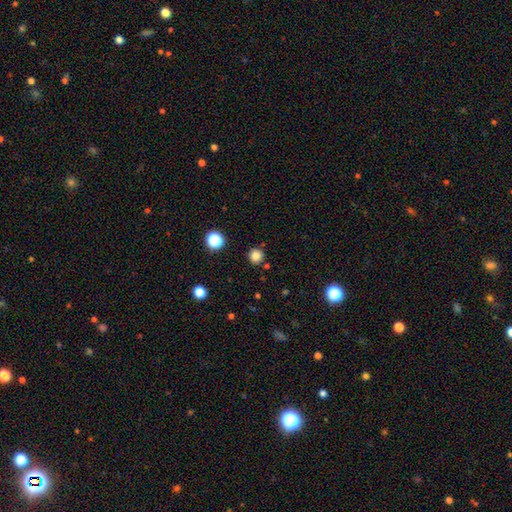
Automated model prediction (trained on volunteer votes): Morphology: type=smooth (82%); roundness=round (94%); merging=none (88%).